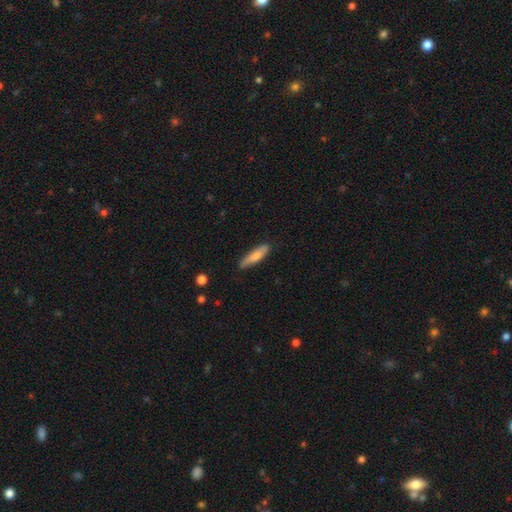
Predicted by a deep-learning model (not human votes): smooth 72%, featured or disk 23%, star or artifact 6%. Down the decision tree: how rounded — cigar-shaped (78%); merging — none (80%).